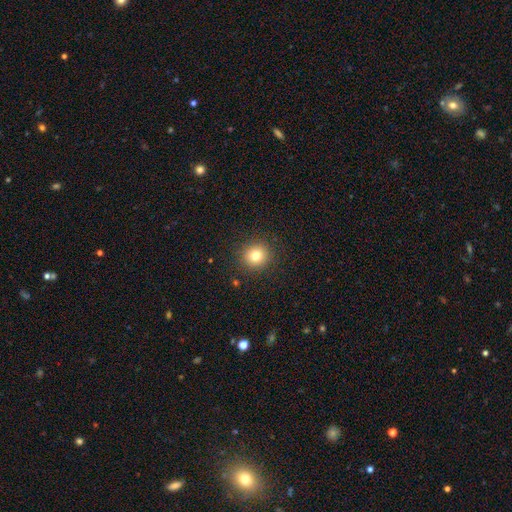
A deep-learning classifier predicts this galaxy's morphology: smooth_or_featured: smooth (p=0.78) [alt: star or artifact p=0.13]
how_rounded: round (p=0.92) [alt: in between p=0.07]
merging: none (p=0.90) [alt: minor disturbance p=0.06]